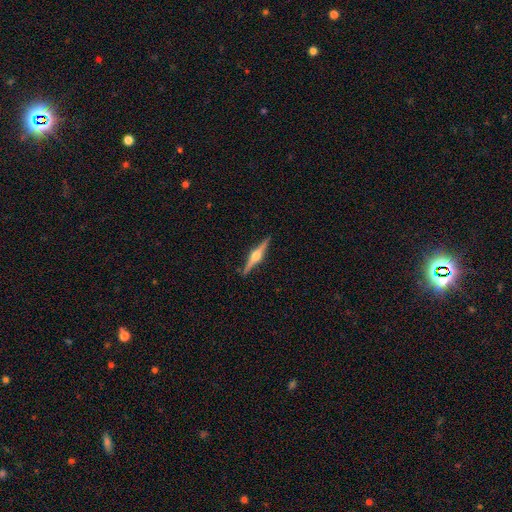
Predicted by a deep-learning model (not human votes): The model was most divided on "smooth or featured": featured or disk: 82%, smooth: 13%, star or artifact: 5%. More confident: edge-on disk — yes (98%); edge-on bulge — rounded (94%); merging — none (91%).